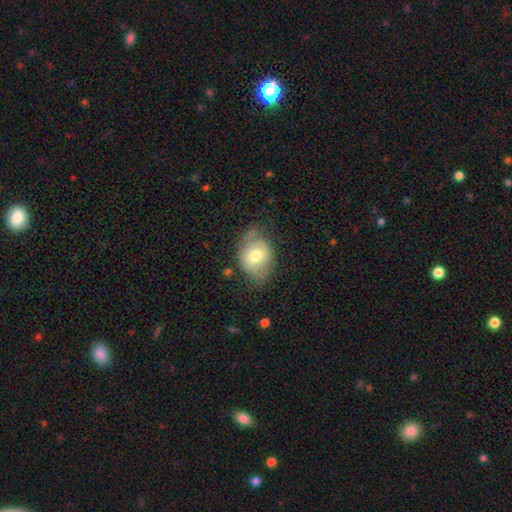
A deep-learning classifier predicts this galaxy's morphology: Smooth or featured? smooth (58%)
How rounded? in between (64%)
Merging? none (51%)